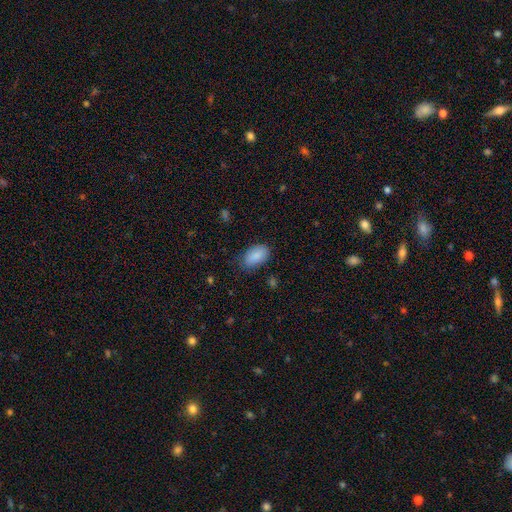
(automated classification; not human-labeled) Smooth or featured? Predicted: smooth (p=0.89). How rounded? Predicted: in between (p=0.94). Merging? Predicted: none (p=0.76).